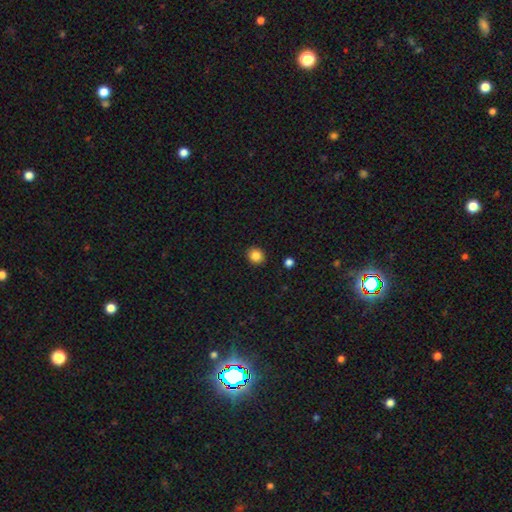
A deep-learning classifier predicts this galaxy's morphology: type=smooth (85%); roundness=round (83%); merging=none (92%).